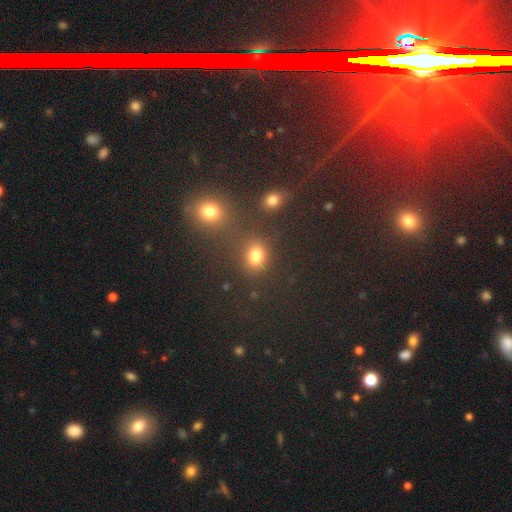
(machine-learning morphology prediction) Smooth or featured?
  - smooth: 77% *
  - star or artifact: 17%
  - featured or disk: 6%
How rounded?
  - round: 57% *
  - in between: 42%
  - cigar-shaped: 2%
Merging?
  - none: 72% *
  - merger: 12%
  - minor disturbance: 11%
  - major disturbance: 5%